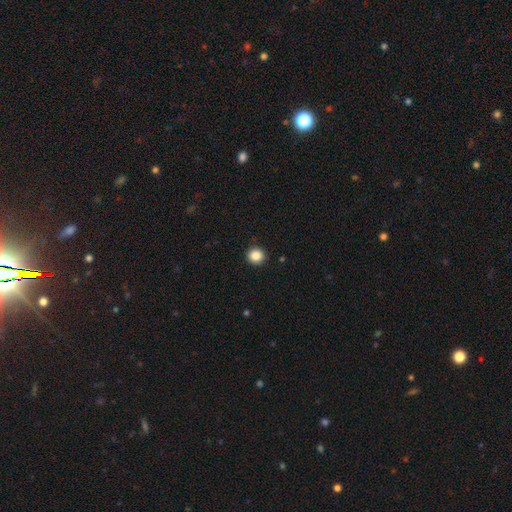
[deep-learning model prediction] Morphology: type=smooth (87%); roundness=round (91%); merging=none (92%).